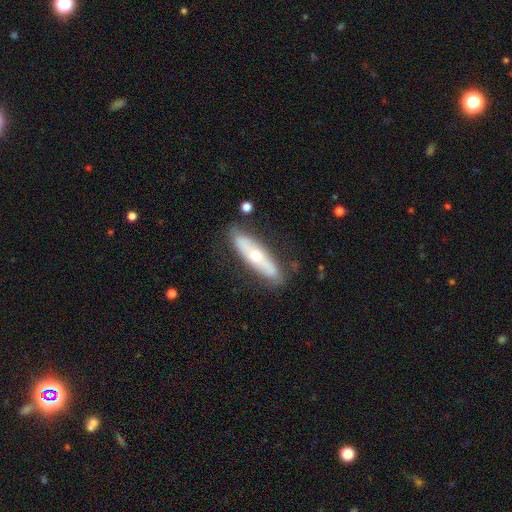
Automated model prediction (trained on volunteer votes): featured or disk 53%, smooth 41%, star or artifact 6%. Down the decision tree: edge-on disk — yes (51%); merging — none (79%).